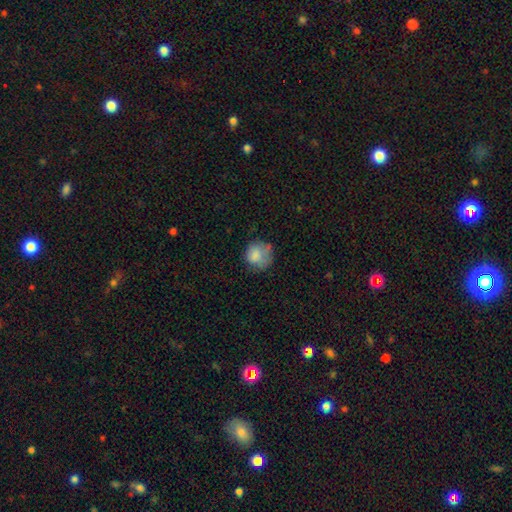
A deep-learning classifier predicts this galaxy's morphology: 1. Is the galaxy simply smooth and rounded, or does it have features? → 78% smooth, 13% featured or disk, 9% star or artifact.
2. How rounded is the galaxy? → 79% round, 20% in between, 1% cigar-shaped.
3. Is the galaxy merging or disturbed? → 53% none, 29% minor disturbance, 16% major disturbance, 2% merger.